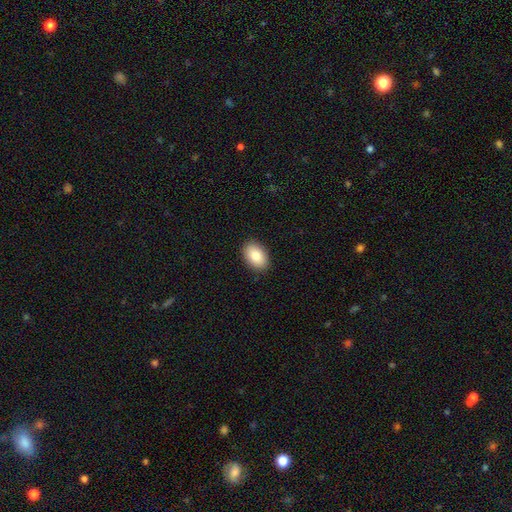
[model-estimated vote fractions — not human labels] A smooth galaxy with no disk features (84%) that is in between round and cigar-shaped (87%).

Vote fractions:
- Smooth or featured? smooth: 84% / featured or disk: 9% / star or artifact: 7%
- How rounded? in between: 87% / round: 11% / cigar-shaped: 1%
- Merging? none: 90% / minor disturbance: 8% / major disturbance: 2% / merger: 1%